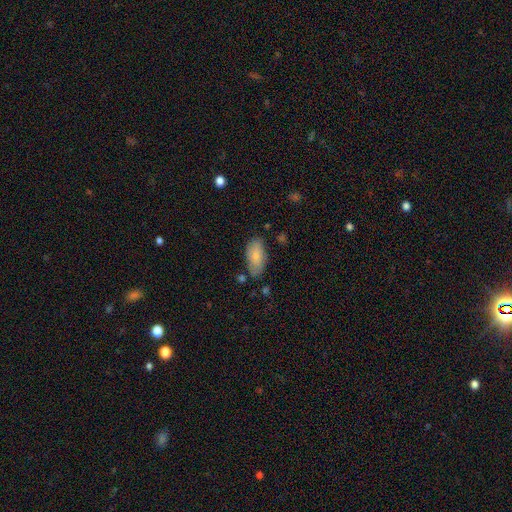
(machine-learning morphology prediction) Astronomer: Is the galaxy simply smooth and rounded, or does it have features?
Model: smooth — 83%.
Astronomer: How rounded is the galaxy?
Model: in between — 91%.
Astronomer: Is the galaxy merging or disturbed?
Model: none — 75%.